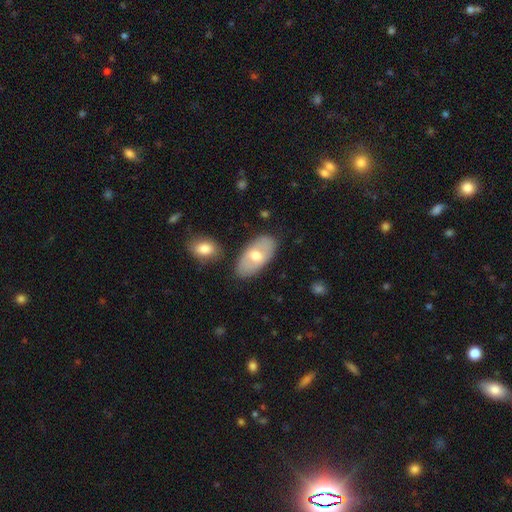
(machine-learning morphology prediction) smooth-or-featured: smooth: 57% | featured or disk: 38% | star or artifact: 6%
  how-rounded: in between: 93% | round: 3% | cigar-shaped: 3%
  merging: none: 80% | minor disturbance: 13% | merger: 5% | major disturbance: 3%